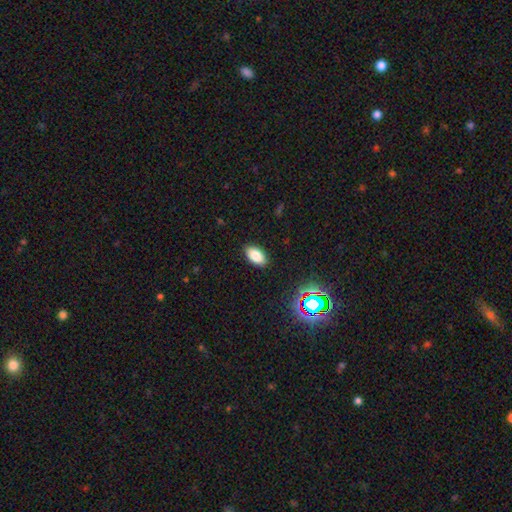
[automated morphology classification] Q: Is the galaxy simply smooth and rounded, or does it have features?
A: smooth — 82%.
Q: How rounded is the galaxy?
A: in between — 93%.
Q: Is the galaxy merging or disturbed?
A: none — 89%.